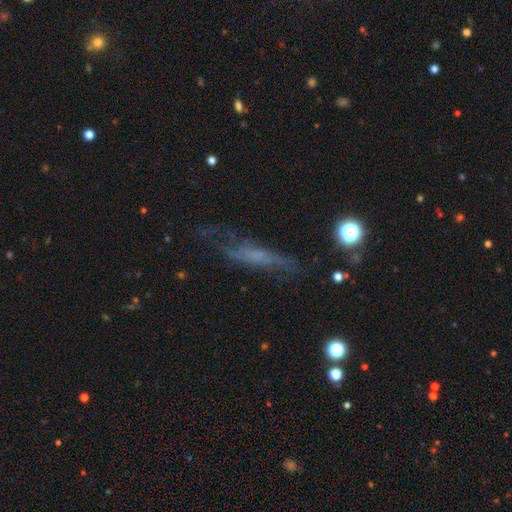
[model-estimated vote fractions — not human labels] Smooth or featured: featured or disk — 49% (smooth — 36%)
Merging: none — 54% (minor disturbance — 24%)